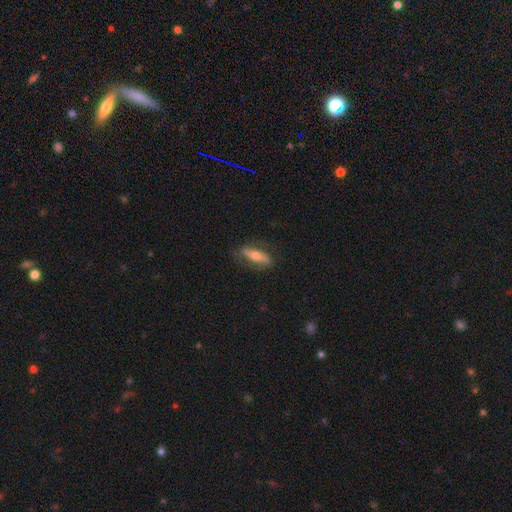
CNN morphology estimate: type=featured or disk (52%); edge-on=yes (53%); merging=none (77%).